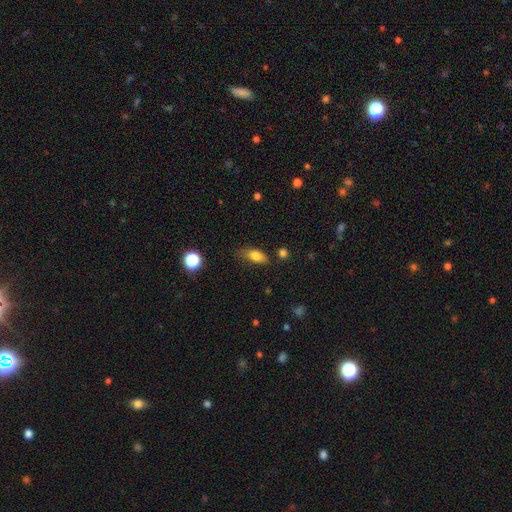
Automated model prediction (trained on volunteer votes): Morphology: type=smooth (79%); roundness=in between (80%); merging=none (63%).